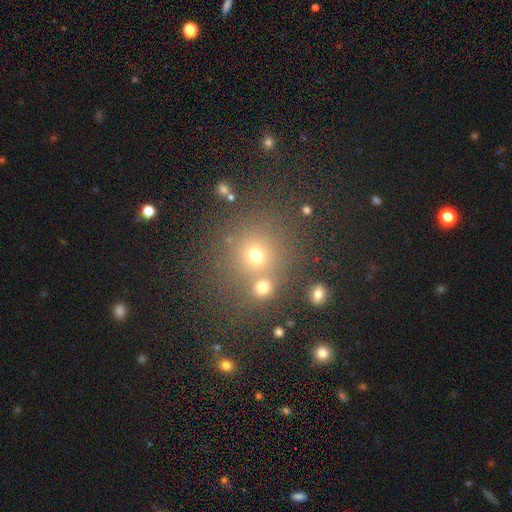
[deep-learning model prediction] Overall: smooth (65%). How rounded: round (86%). Merging: none (66%).